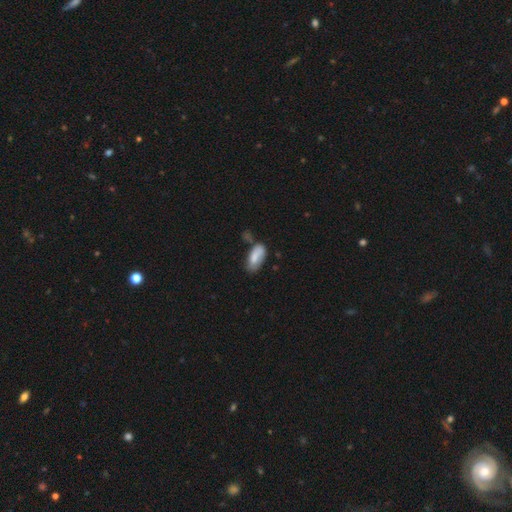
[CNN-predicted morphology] Smooth or featured? Predicted: smooth (p=0.78). How rounded? Predicted: in between (p=0.88). Merging? Predicted: none (p=0.46).